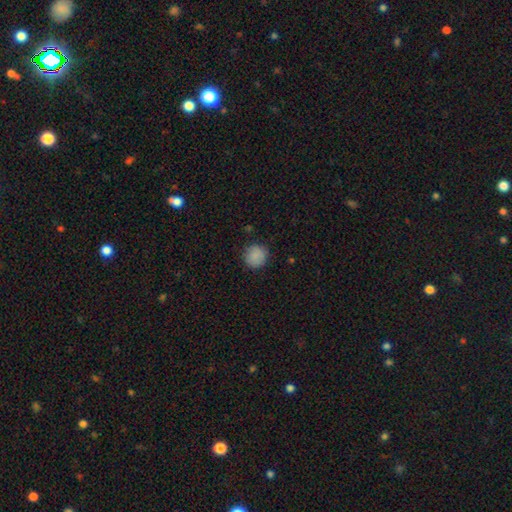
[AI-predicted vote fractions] Morphology: type=smooth (87%); roundness=round (92%); merging=none (86%).